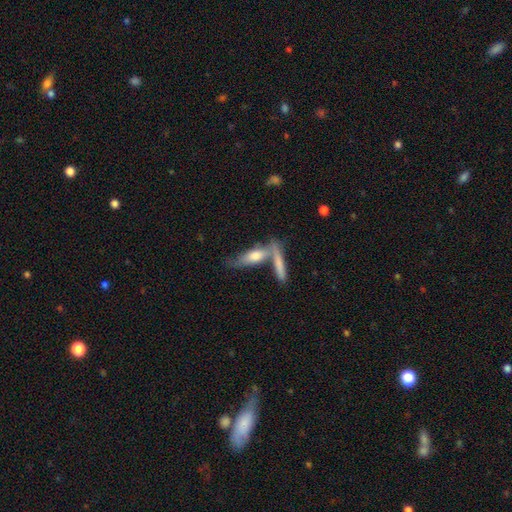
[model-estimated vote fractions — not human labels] Morphology: type=smooth (57%); roundness=cigar-shaped (63%); merging=none (47%).